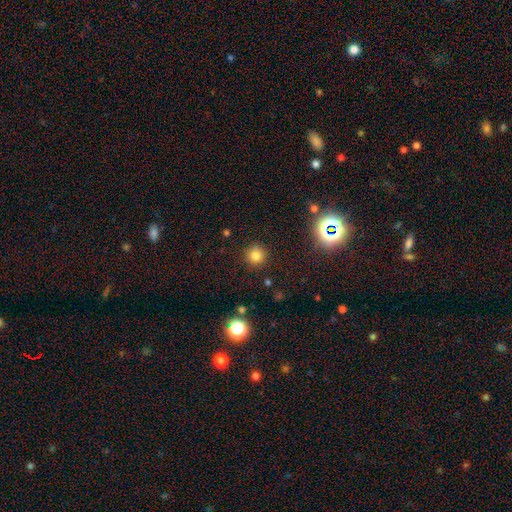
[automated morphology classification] Overall: smooth (77%). How rounded: round (94%). Merging: none (89%).